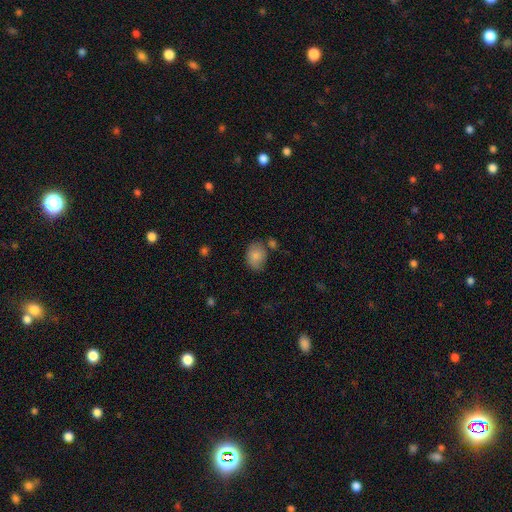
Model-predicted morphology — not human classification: The model was most divided on "how rounded": in between: 67%, round: 32%, cigar-shaped: 1%. More confident: smooth or featured — smooth (83%); merging — none (63%).